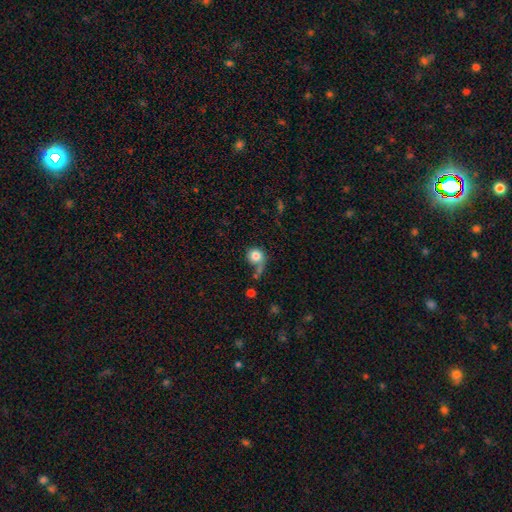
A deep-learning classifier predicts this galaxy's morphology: smooth_or_featured: smooth (p=0.81) [alt: featured or disk p=0.10]
how_rounded: round (p=0.87) [alt: in between p=0.11]
merging: none (p=0.47) [alt: minor disturbance p=0.19]